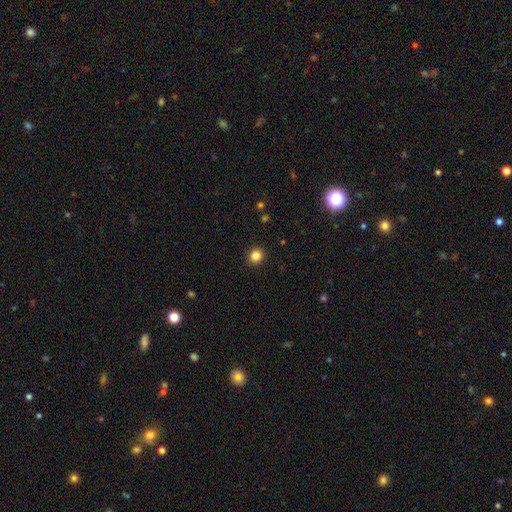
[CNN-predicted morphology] Smooth or featured: smooth — 84% (star or artifact — 12%)
How rounded: round — 86% (in between — 13%)
Merging: none — 92% (minor disturbance — 5%)